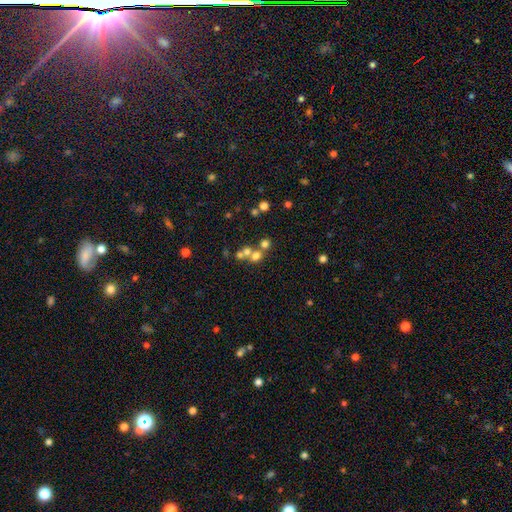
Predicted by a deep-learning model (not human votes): smooth-or-featured: smooth: 59% | featured or disk: 21% | star or artifact: 20%
  how-rounded: round: 81% | in between: 18% | cigar-shaped: 1%
  merging: merger: 48% | none: 41% | minor disturbance: 6% | major disturbance: 5%